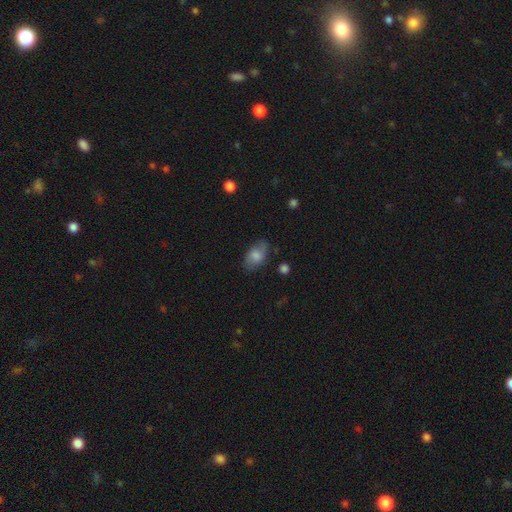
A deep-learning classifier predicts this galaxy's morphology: A smooth galaxy with no disk features (70%) that is in between round and cigar-shaped (91%). Merging: none (74%).